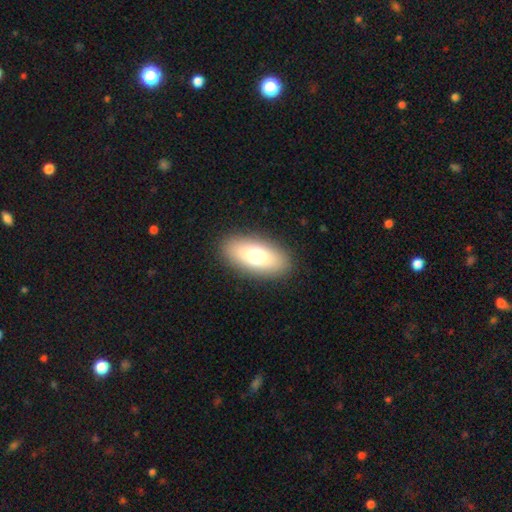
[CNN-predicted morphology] smooth-or-featured: smooth: 70% | featured or disk: 21% | star or artifact: 9%
  how-rounded: in between: 86% | cigar-shaped: 9% | round: 5%
  merging: none: 89% | minor disturbance: 7% | major disturbance: 3% | merger: 1%